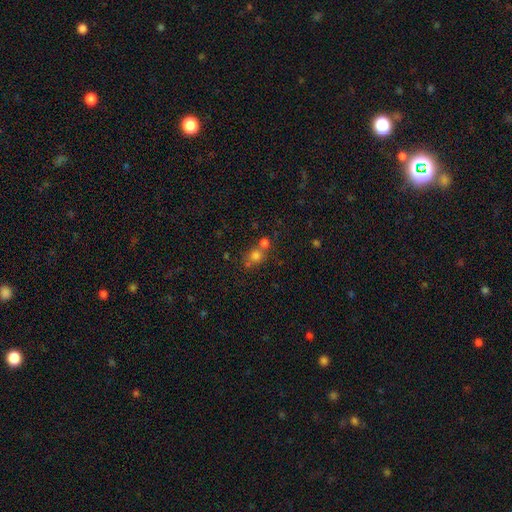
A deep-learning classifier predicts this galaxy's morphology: Smooth or featured? smooth (74%)
How rounded? round (76%)
Merging? none (45%)